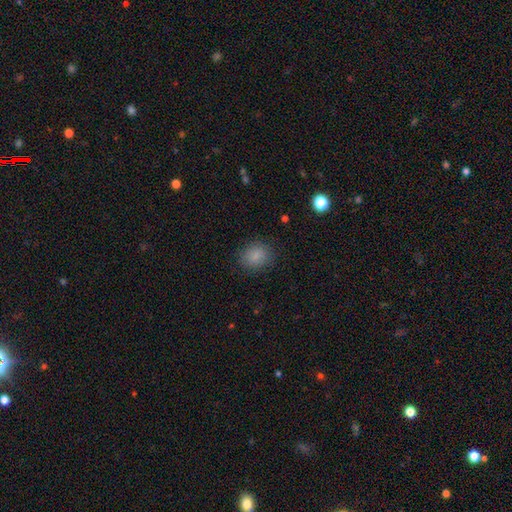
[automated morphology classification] type=smooth (85%); roundness=round (64%); merging=none (84%).